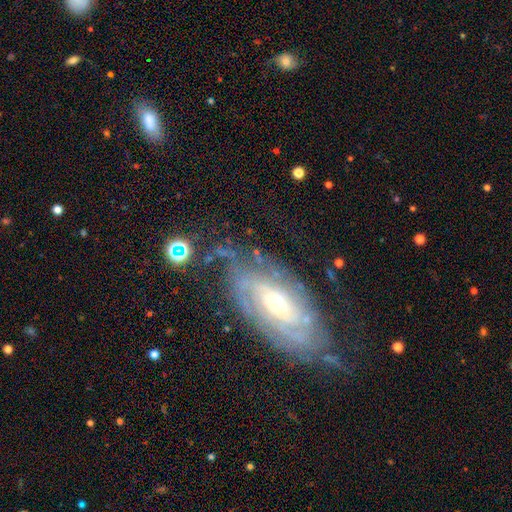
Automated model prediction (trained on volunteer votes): smooth_or_featured: featured or disk (p=0.80) [alt: smooth p=0.11]
disk_edge_on: no (p=0.88) [alt: yes p=0.12]
bar: no (p=0.42) [alt: weak p=0.40]
has_spiral_arms: yes (p=0.91) [alt: no p=0.09]
spiral_winding: tight (p=0.71) [alt: medium p=0.23]
spiral_arm_count: can't tell (p=0.49) [alt: 2 p=0.21]
bulge_size: moderate (p=0.57) [alt: small p=0.35]
merging: none (p=0.70) [alt: minor disturbance p=0.20]